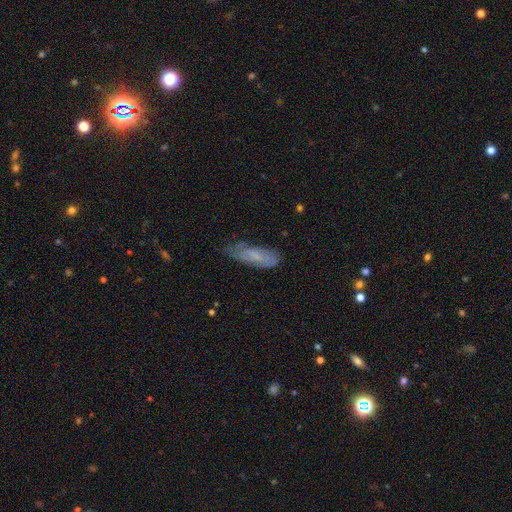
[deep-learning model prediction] This is likely a smooth galaxy (63%). How rounded: possibly in between (53%). Merging: possibly none (53%).